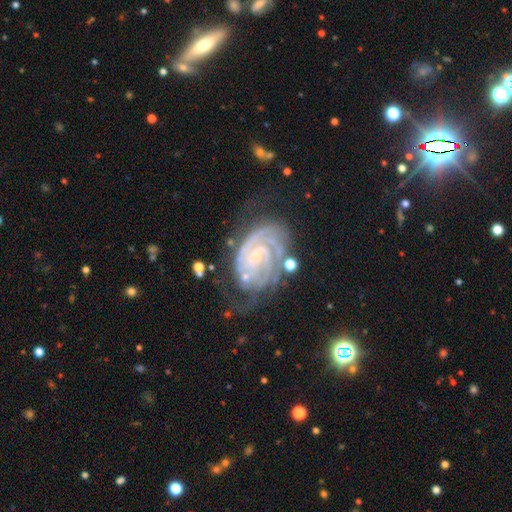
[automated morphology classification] The model was most divided on "spiral arm count": 2: 37%, 3: 23%, can't tell: 19%, 4: 10%, more than 4: 6%, 1: 5%. More confident: spiral arms — yes (98%); edge-on disk — no (97%); smooth or featured — featured or disk (90%); spiral winding — tight (79%); bulge size — small (77%); bar — no (56%); merging — none (55%).